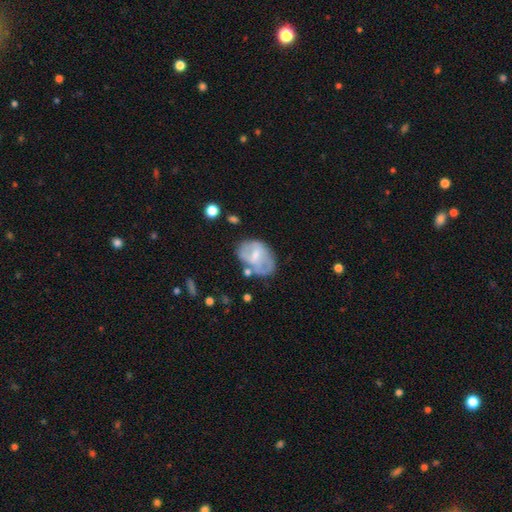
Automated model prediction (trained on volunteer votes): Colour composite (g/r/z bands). It shows a featured or disk galaxy (56%) with a weak bar (50%), spiral arms (53%) and a small central bulge (48%). Merging: none (47%).